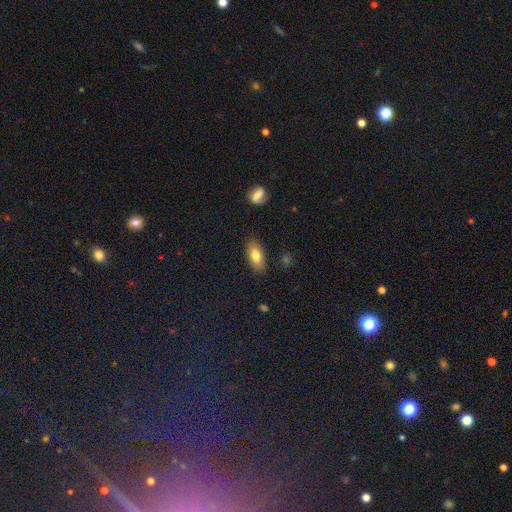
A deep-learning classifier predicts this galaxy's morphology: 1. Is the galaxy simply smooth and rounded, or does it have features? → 76% smooth, 17% featured or disk, 7% star or artifact.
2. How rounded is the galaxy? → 84% in between, 12% cigar-shaped, 4% round.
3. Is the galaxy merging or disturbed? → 86% none, 10% minor disturbance, 2% major disturbance, 1% merger.